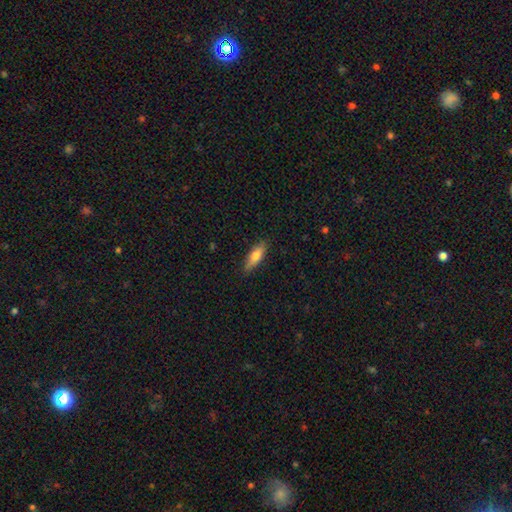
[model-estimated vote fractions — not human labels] Smooth or featured? Predicted: smooth (p=0.72). How rounded? Predicted: in between (p=0.54). Merging? Predicted: none (p=0.86).